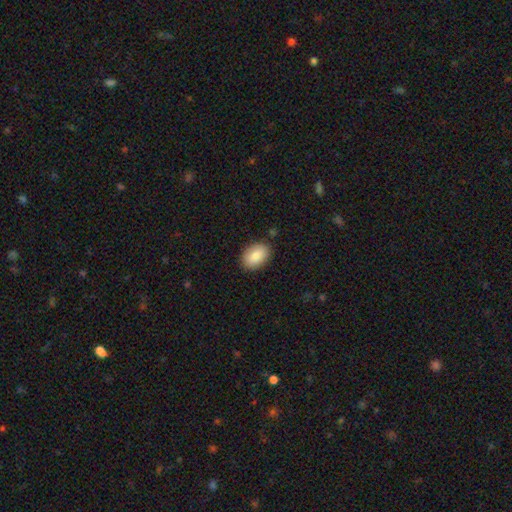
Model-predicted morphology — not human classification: smooth_or_featured: smooth (p=0.85) [alt: featured or disk p=0.08]
how_rounded: in between (p=0.88) [alt: round p=0.10]
merging: none (p=0.86) [alt: minor disturbance p=0.11]